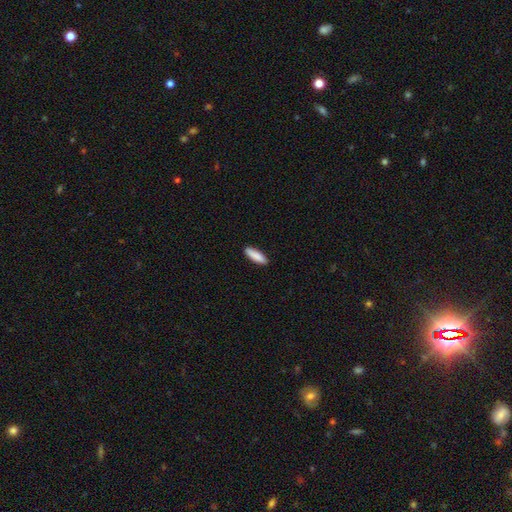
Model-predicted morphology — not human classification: Smooth or featured? Predicted: smooth (p=0.89). How rounded? Predicted: cigar-shaped (p=0.55). Merging? Predicted: none (p=0.89).